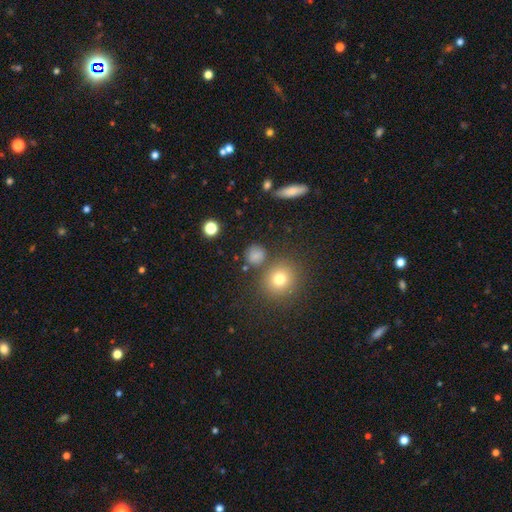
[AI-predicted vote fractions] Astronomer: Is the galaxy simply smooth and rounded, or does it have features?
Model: smooth — 75%.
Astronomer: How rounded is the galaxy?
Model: round — 87%.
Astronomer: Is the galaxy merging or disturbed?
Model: none — 79%.